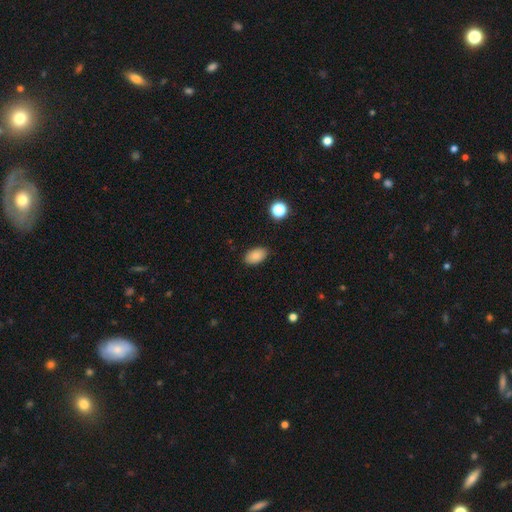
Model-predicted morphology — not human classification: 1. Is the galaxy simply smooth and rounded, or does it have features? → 84% smooth, 9% star or artifact, 7% featured or disk.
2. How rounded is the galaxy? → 92% in between, 7% round, 2% cigar-shaped.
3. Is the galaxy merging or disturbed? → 86% none, 11% minor disturbance, 2% major disturbance, 1% merger.